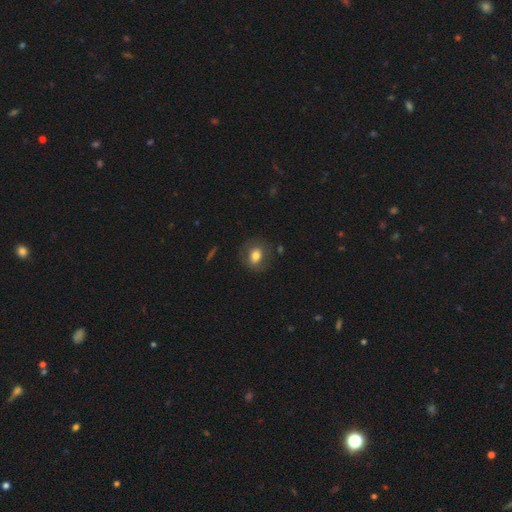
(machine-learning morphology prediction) A smooth galaxy with no disk features (69%) that is in between round and cigar-shaped (50%).

Vote fractions:
- Smooth or featured? smooth: 69% / featured or disk: 22% / star or artifact: 9%
- How rounded? in between: 50% / round: 48% / cigar-shaped: 2%
- Merging? none: 76% / minor disturbance: 15% / major disturbance: 7% / merger: 2%